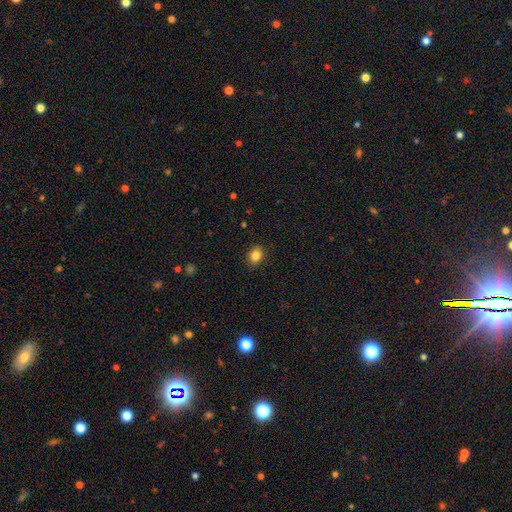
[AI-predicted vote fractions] Morphology: type=smooth (84%); roundness=in between (55%); merging=none (87%).